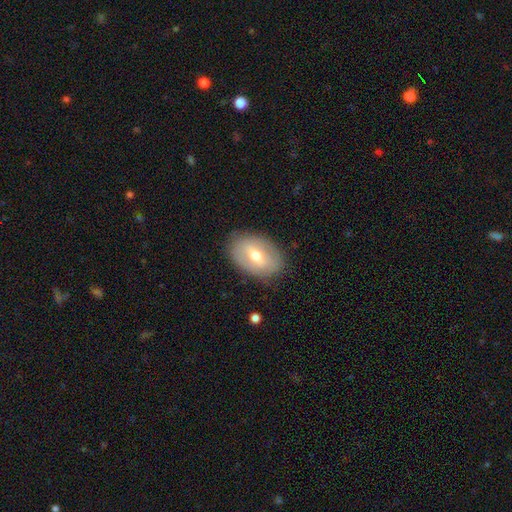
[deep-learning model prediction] Morphology: type=smooth (49%); merging=none (83%).